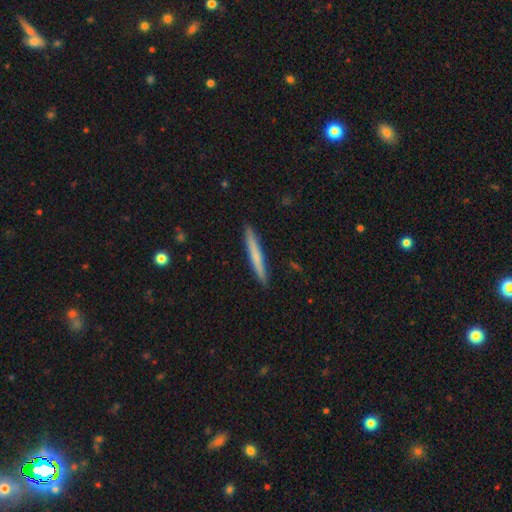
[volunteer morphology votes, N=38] Volunteers were most divided on "smooth or featured" (2-way tie): smooth: 50%, featured or disk: 50%, star or artifact: 0%. More confident: how rounded — cigar-shaped (100%); merging — none (89%).